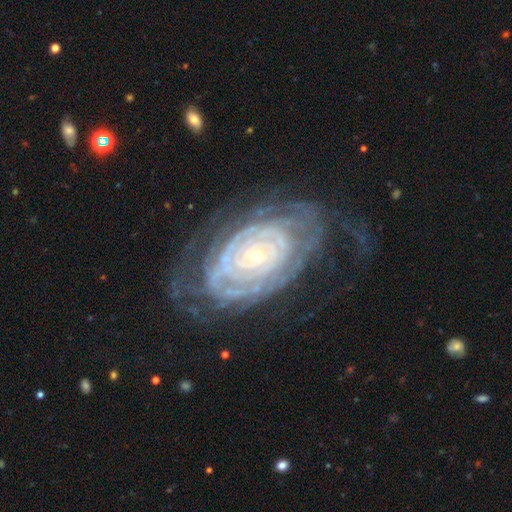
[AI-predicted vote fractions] Morphology: type=featured or disk (87%); edge-on=no (95%); bar=no (80%); spiral arms=yes (91%); winding=tight (83%); arm count=can't tell (44%); bulge=small (76%); merging=none (64%).